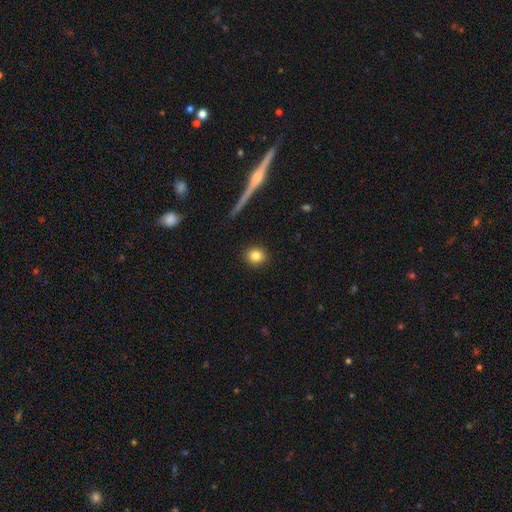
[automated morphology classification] This is clearly a smooth galaxy (83%). How rounded: clearly round (84%). Merging: clearly none (91%).